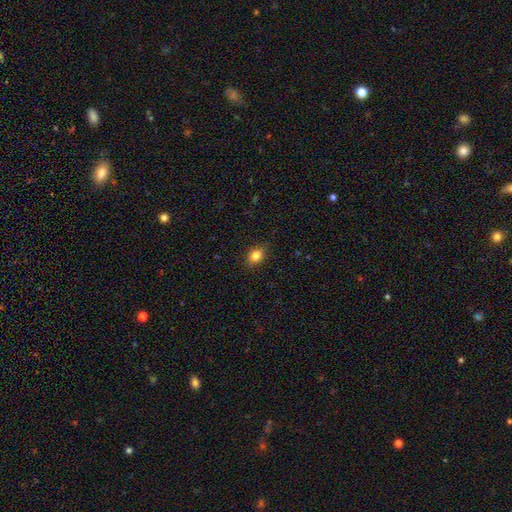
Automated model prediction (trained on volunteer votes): A smooth galaxy with no disk features (83%) that is in between round and cigar-shaped (55%).

Vote fractions:
- Smooth or featured? smooth: 83% / star or artifact: 10% / featured or disk: 6%
- How rounded? in between: 55% / round: 43% / cigar-shaped: 1%
- Merging? none: 86% / minor disturbance: 11% / major disturbance: 2% / merger: 1%